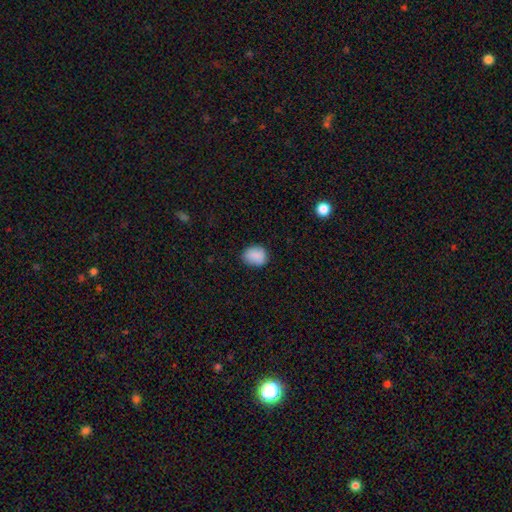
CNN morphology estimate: Overall: smooth (88%). How rounded: round (50%; in between 49%). Merging: none (78%).